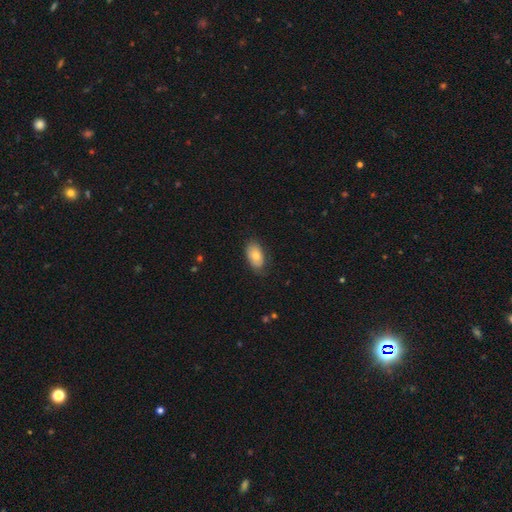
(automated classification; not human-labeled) A smooth galaxy with no disk features (76%) that is in between round and cigar-shaped (93%).

Vote fractions:
- Smooth or featured? smooth: 76% / featured or disk: 18% / star or artifact: 7%
- How rounded? in between: 93% / round: 6% / cigar-shaped: 2%
- Merging? none: 74% / minor disturbance: 20% / major disturbance: 4% / merger: 1%